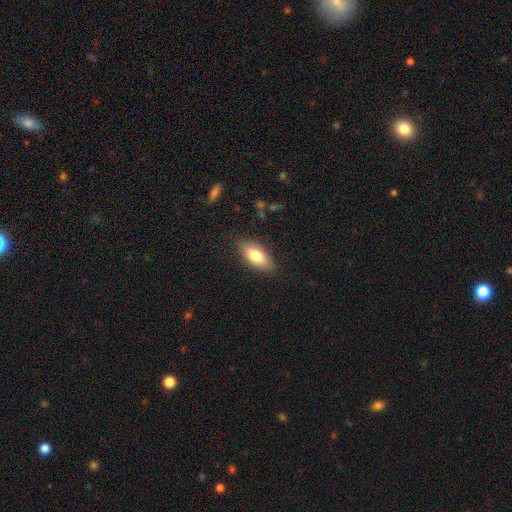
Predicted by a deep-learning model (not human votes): Overall: smooth (80%). How rounded: in between (84%). Merging: none (83%).